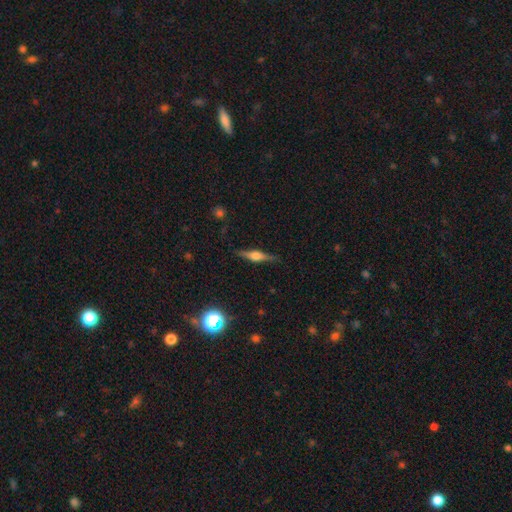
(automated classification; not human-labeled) Smooth or featured: featured or disk — 69% (smooth — 23%)
Edge-on disk: yes — 97% (no — 3%)
Edge-on bulge: rounded — 88% (boxy — 10%)
Merging: none — 87% (minor disturbance — 10%)